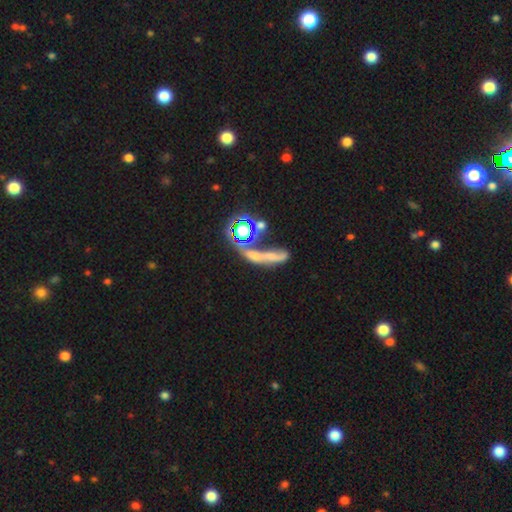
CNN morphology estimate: smooth_or_featured: smooth (p=0.42) [alt: star or artifact p=0.30]
merging: merger (p=0.46) [alt: none p=0.23]